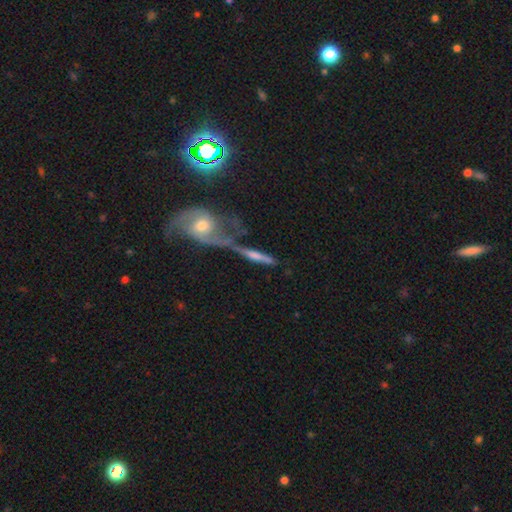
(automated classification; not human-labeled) Smooth or featured? featured or disk (49%)
Merging? merger (43%)